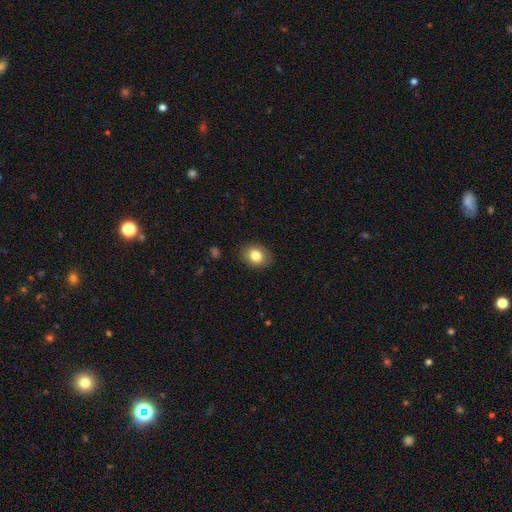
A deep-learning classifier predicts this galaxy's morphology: This appears to be a smooth galaxy with no disk features (82%) that is in between round and cigar-shaped (53%). Merging: none (88%).